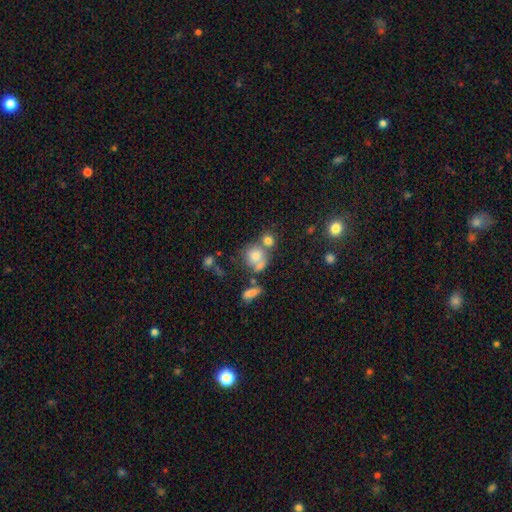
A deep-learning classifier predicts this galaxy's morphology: The model was most divided on "merging": merger: 42%, none: 37%, minor disturbance: 13%, major disturbance: 8%. More confident: how rounded — round (74%); smooth or featured — smooth (71%).